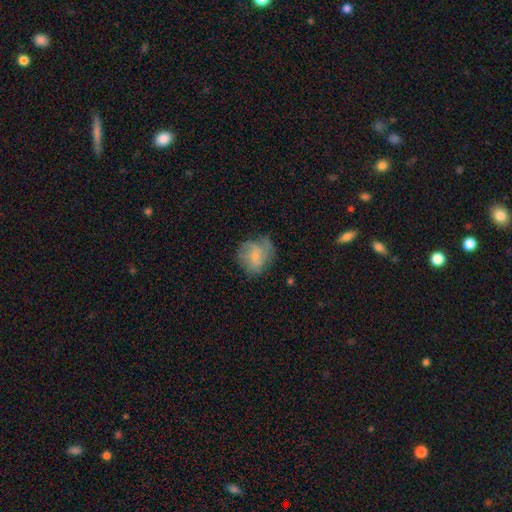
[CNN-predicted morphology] Overall: featured or disk (51%; smooth 39%). Edge-on disk: no (97%). Bar: no (63%; weak 32%). Spiral arms: yes (79%). Bulge size: small (64%). Merging: none (58%; minor disturbance 25%).